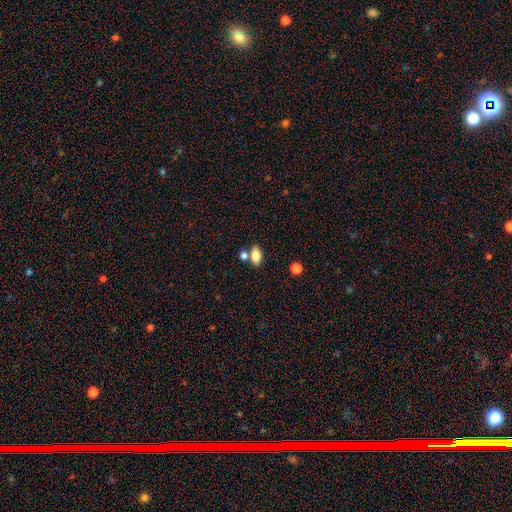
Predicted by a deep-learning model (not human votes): A smooth galaxy with no disk features (80%) that is in between round and cigar-shaped (87%). Merging: none (64%).